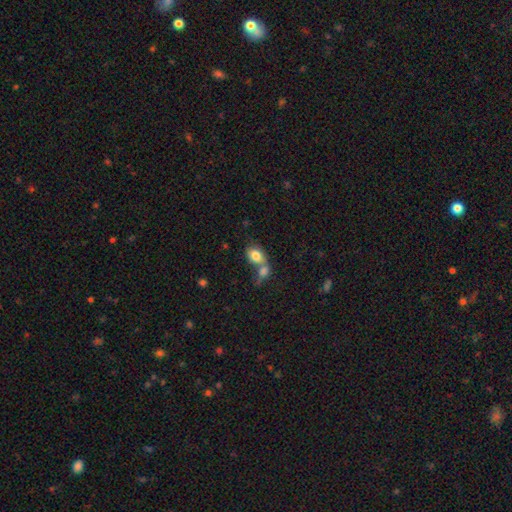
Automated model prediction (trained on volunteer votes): Morphology: type=smooth (81%); roundness=in between (71%); merging=merger (62%).